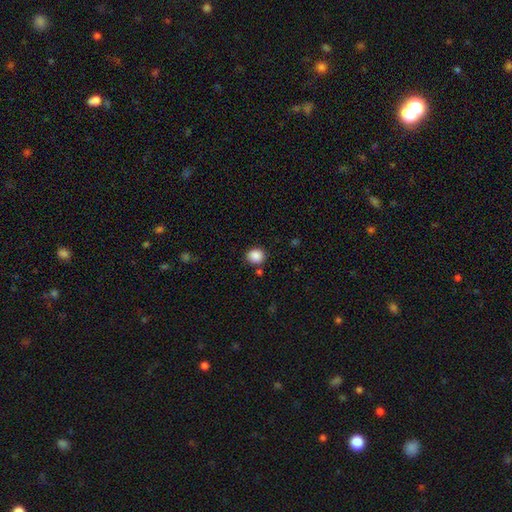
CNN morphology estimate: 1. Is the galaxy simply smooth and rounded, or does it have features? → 88% smooth, 9% star or artifact, 3% featured or disk.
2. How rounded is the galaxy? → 75% round, 24% in between, 1% cigar-shaped.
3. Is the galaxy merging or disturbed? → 83% none, 10% minor disturbance, 5% merger, 3% major disturbance.